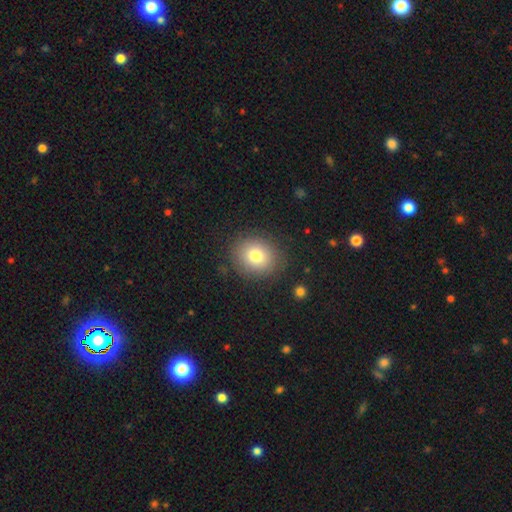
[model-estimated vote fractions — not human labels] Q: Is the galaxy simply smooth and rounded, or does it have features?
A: smooth — 79%.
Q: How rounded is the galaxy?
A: round — 70%.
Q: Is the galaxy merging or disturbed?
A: none — 86%.